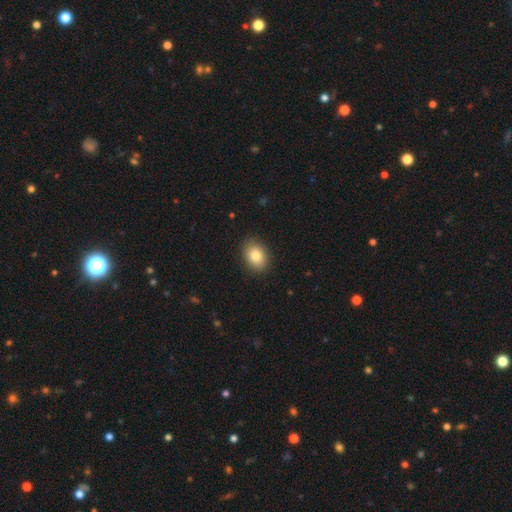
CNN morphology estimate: smooth_or_featured: smooth (p=0.84) [alt: featured or disk p=0.08]
how_rounded: in between (p=0.76) [alt: round p=0.23]
merging: none (p=0.88) [alt: minor disturbance p=0.09]